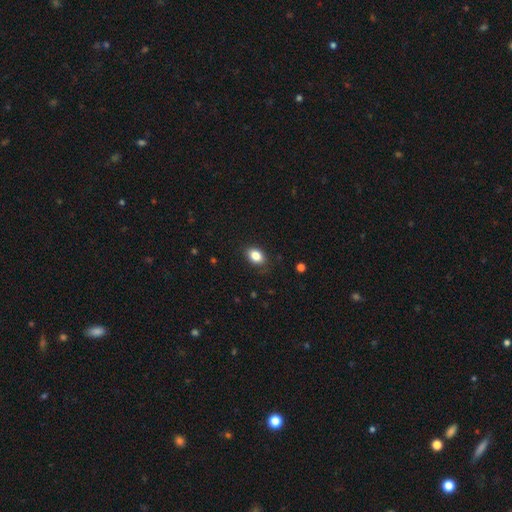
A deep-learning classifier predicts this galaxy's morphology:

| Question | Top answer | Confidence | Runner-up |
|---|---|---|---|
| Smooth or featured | smooth | 85% | star or artifact (9%) |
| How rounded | in between | 80% | round (19%) |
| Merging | none | 85% | minor disturbance (12%) |